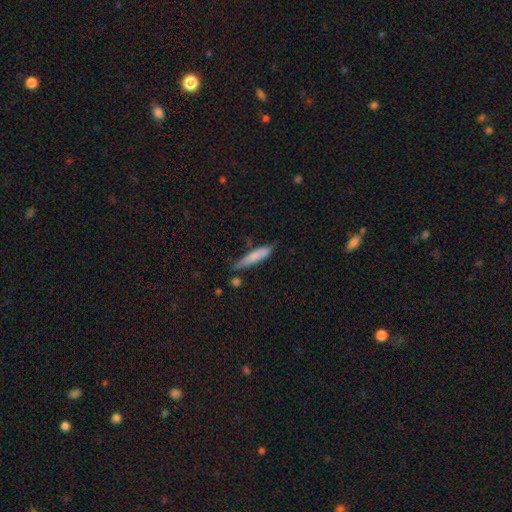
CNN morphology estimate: The model was most divided on "merging": none: 64%, minor disturbance: 25%, merger: 6%, major disturbance: 5%. More confident: how rounded — cigar-shaped (85%); smooth or featured — smooth (75%).